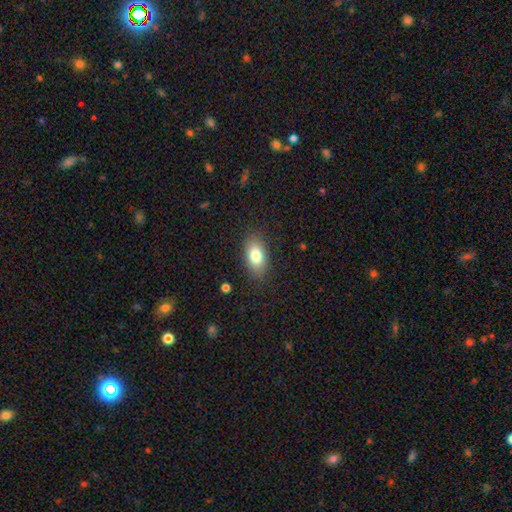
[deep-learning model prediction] Smooth or featured: smooth — 79% (featured or disk — 13%)
How rounded: in between — 89% (round — 6%)
Merging: none — 85% (minor disturbance — 11%)